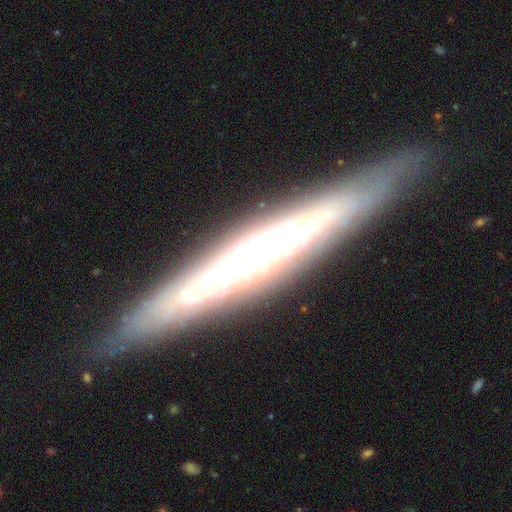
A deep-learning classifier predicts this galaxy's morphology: A featured or disk galaxy (77%) viewed edge-on (92%) with no central bulge (41%).

Vote fractions:
- Smooth or featured? featured or disk: 77% / smooth: 16% / star or artifact: 8%
- Edge-on disk? yes: 92% / no: 8%
- Edge-on bulge? none: 41% / rounded: 39% / boxy: 20%
- Merging? none: 85% / minor disturbance: 11% / major disturbance: 3% / merger: 2%